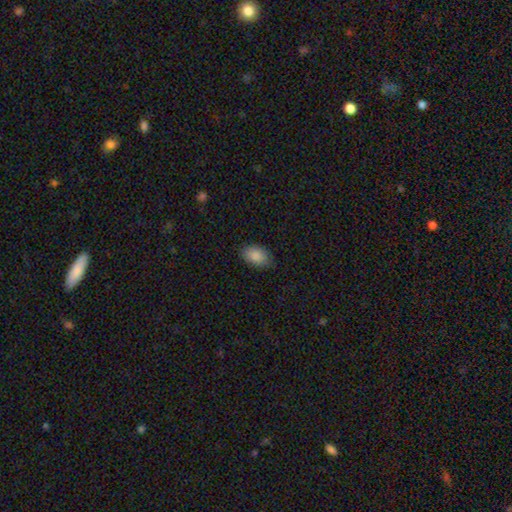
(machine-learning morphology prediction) smooth-or-featured: smooth: 88% | star or artifact: 7% | featured or disk: 5%
  how-rounded: in between: 90% | round: 9% | cigar-shaped: 1%
  merging: none: 83% | minor disturbance: 14% | major disturbance: 3% | merger: 1%